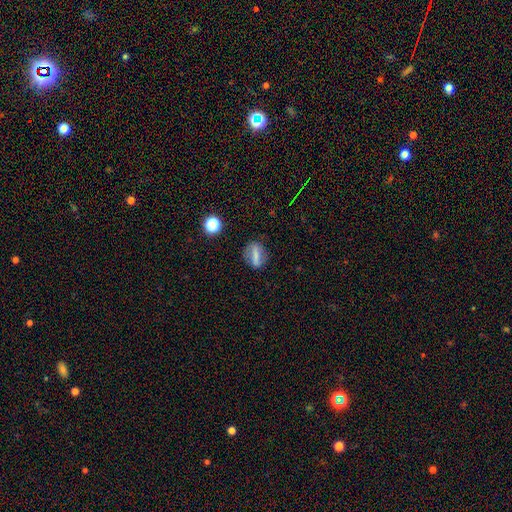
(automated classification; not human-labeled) This appears to be a smooth galaxy with no disk features (55%) that is in between round and cigar-shaped (49%). Merging: none (78%).